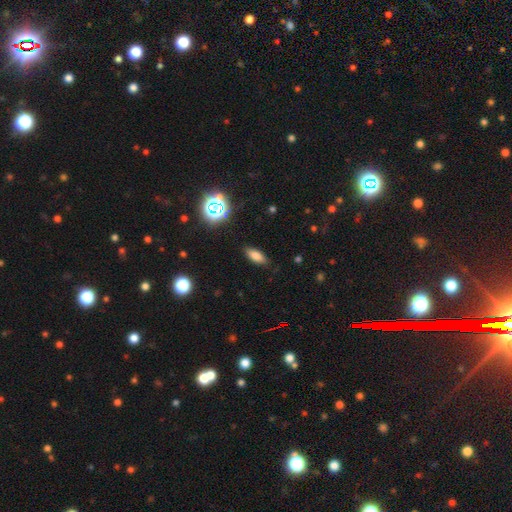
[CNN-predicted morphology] Q: Smooth or featured?
A: smooth (76%); runner-up: star or artifact (14%)
Q: How rounded?
A: in between (78%); runner-up: cigar-shaped (19%)
Q: Merging?
A: none (86%); runner-up: minor disturbance (10%)